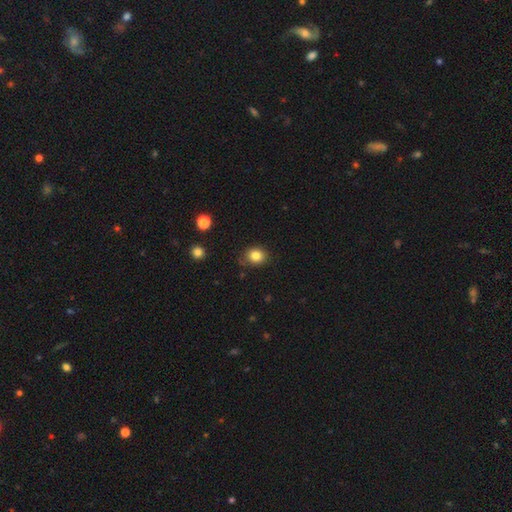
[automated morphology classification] type=smooth (83%); roundness=round (63%); merging=none (80%).